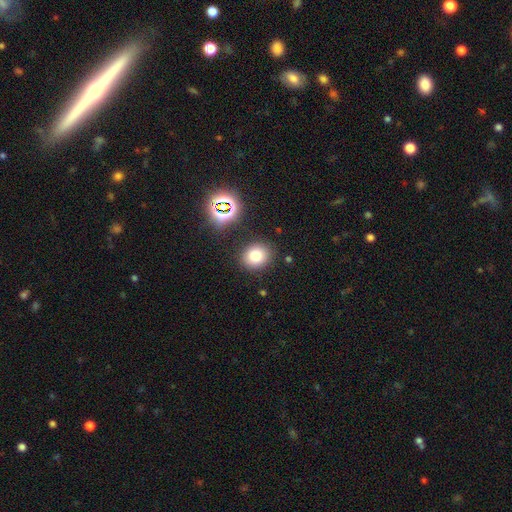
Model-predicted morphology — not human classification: Overall: smooth (75%). How rounded: round (71%). Merging: none (86%).